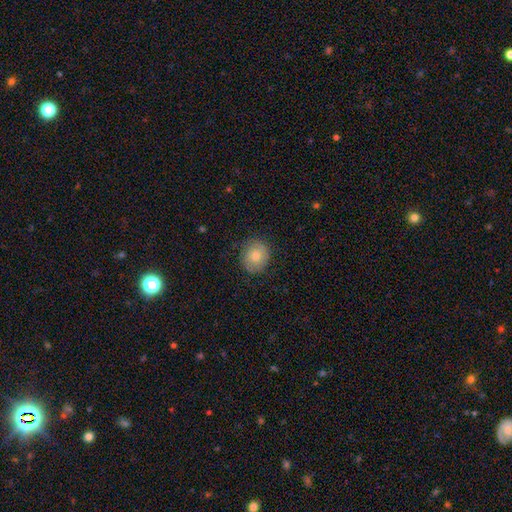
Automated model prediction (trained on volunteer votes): This is likely a smooth galaxy (75%). How rounded: likely round (78%). Merging: clearly none (83%).